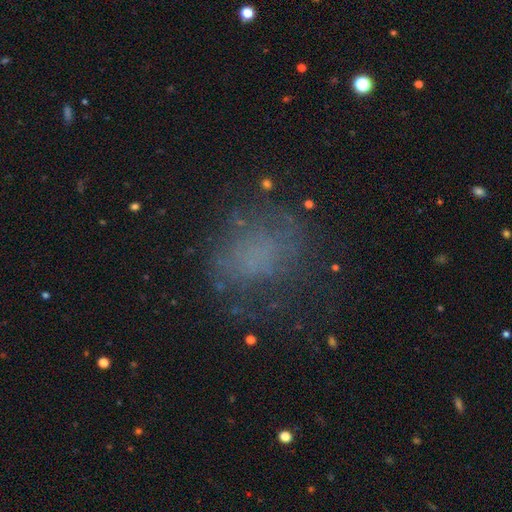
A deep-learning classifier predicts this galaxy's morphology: This is possibly a smooth galaxy (46%). Merging: possibly none (60%).